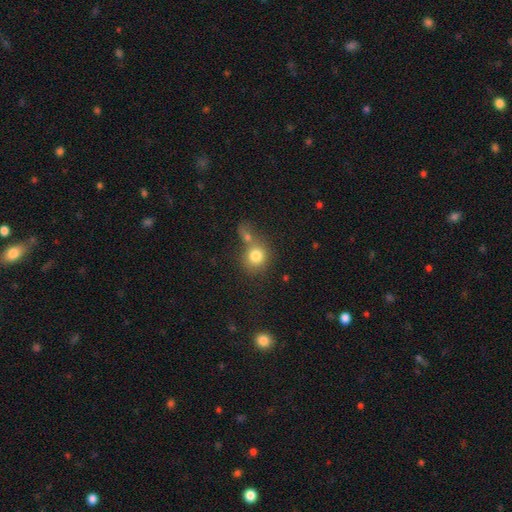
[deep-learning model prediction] smooth 79%, featured or disk 11%, star or artifact 10%. Down the decision tree: how rounded — round (81%); merging — none (42%, tied with merger).